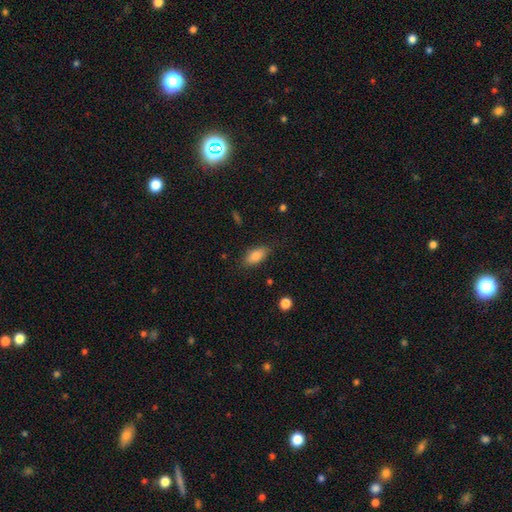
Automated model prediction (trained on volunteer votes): A smooth galaxy with no disk features (84%) that is in between round and cigar-shaped (85%).

Vote fractions:
- Smooth or featured? smooth: 84% / featured or disk: 8% / star or artifact: 8%
- How rounded? in between: 85% / cigar-shaped: 11% / round: 3%
- Merging? none: 82% / minor disturbance: 13% / major disturbance: 4% / merger: 1%